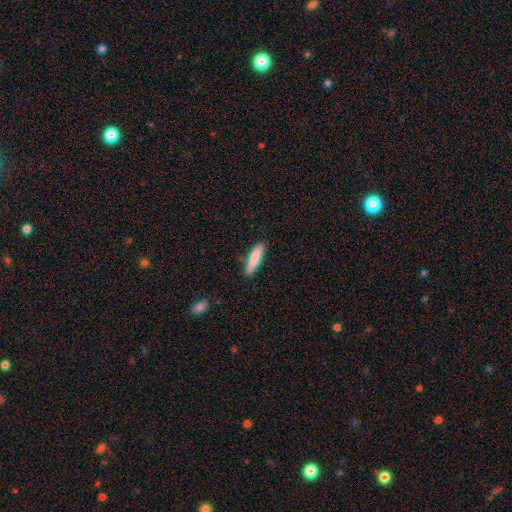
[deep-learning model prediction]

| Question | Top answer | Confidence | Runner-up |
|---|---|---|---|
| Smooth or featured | smooth | 82% | featured or disk (12%) |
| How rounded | cigar-shaped | 77% | in between (22%) |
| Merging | none | 87% | minor disturbance (10%) |